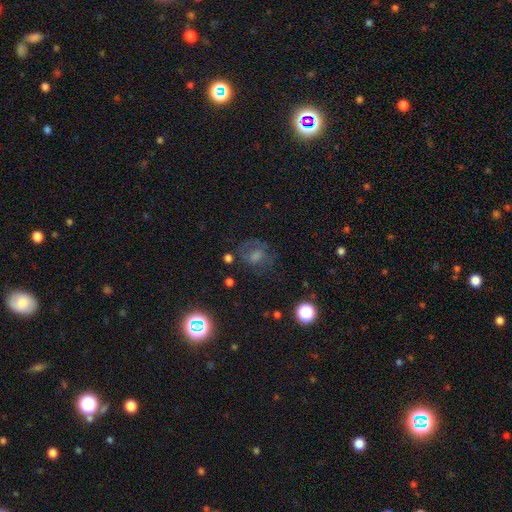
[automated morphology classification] Smooth or featured: featured or disk — 37% (smooth — 33%)
Merging: none — 65% (minor disturbance — 18%)